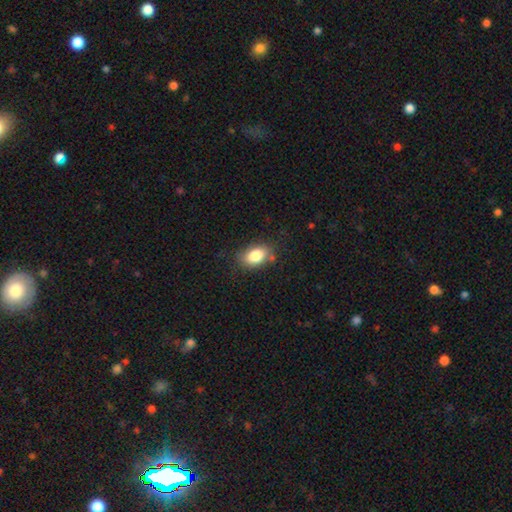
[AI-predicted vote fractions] Smooth or featured?
  - smooth: 83% *
  - star or artifact: 9%
  - featured or disk: 8%
How rounded?
  - in between: 84% *
  - round: 14%
  - cigar-shaped: 2%
Merging?
  - none: 78% *
  - minor disturbance: 16%
  - major disturbance: 4%
  - merger: 2%